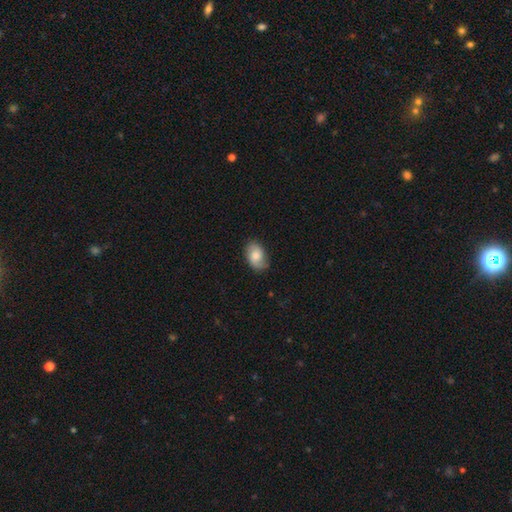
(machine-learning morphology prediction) This appears to be a smooth galaxy with no disk features (66%) that is in between round and cigar-shaped (87%). Merging: none (73%).